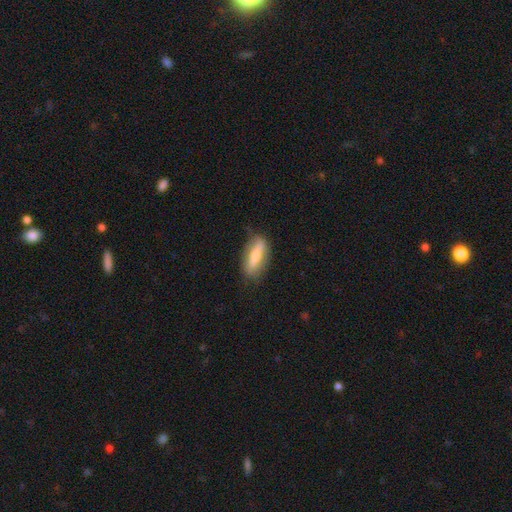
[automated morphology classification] smooth 55%, featured or disk 39%, star or artifact 6%. Down the decision tree: how rounded — in between (61%); merging — none (78%).